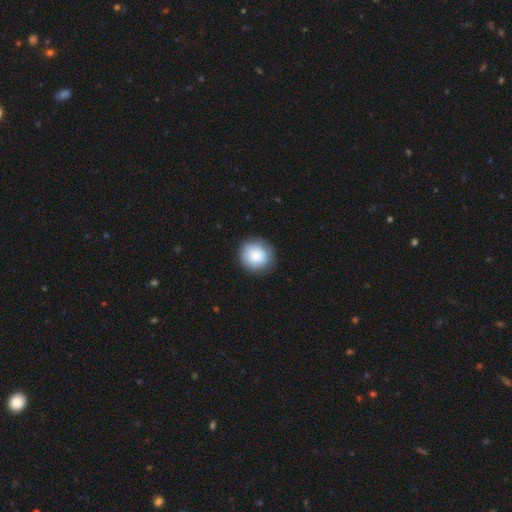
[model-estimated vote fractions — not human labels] A smooth galaxy with no disk features (80%) that is round (88%).

Vote fractions:
- Smooth or featured? smooth: 80% / featured or disk: 13% / star or artifact: 7%
- How rounded? round: 88% / in between: 11% / cigar-shaped: 1%
- Merging? none: 84% / minor disturbance: 12% / major disturbance: 3% / merger: 1%